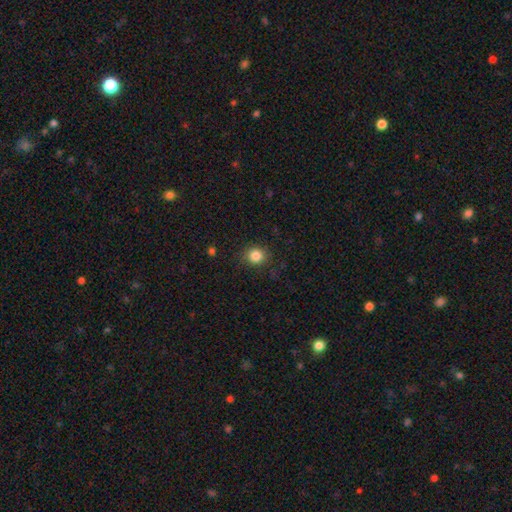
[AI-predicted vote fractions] Smooth or featured?
  - smooth: 84% *
  - star or artifact: 11%
  - featured or disk: 5%
How rounded?
  - round: 86% *
  - in between: 13%
  - cigar-shaped: 1%
Merging?
  - none: 87% *
  - minor disturbance: 9%
  - major disturbance: 3%
  - merger: 1%